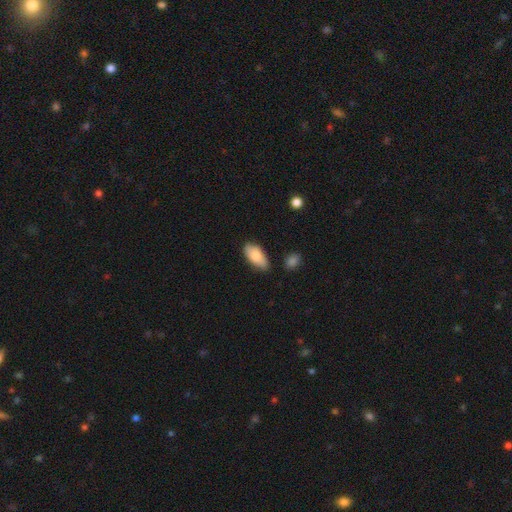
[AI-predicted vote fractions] smooth_or_featured: smooth (p=0.84) [alt: featured or disk p=0.10]
how_rounded: in between (p=0.92) [alt: cigar-shaped p=0.06]
merging: none (p=0.75) [alt: minor disturbance p=0.18]